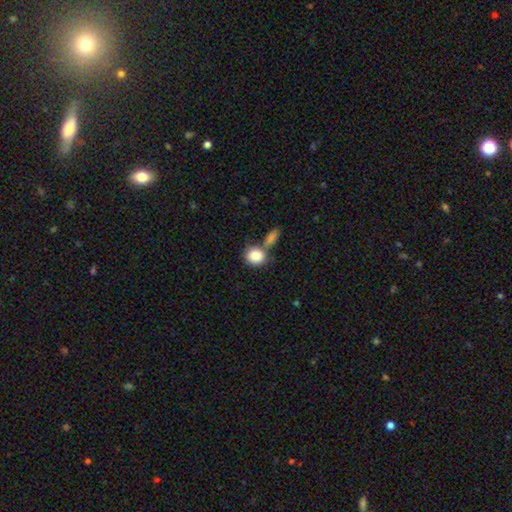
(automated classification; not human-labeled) A smooth galaxy with no disk features (86%) that is round (66%).

Vote fractions:
- Smooth or featured? smooth: 86% / star or artifact: 7% / featured or disk: 6%
- How rounded? round: 66% / in between: 32% / cigar-shaped: 1%
- Merging? none: 48% / merger: 35% / minor disturbance: 12% / major disturbance: 5%